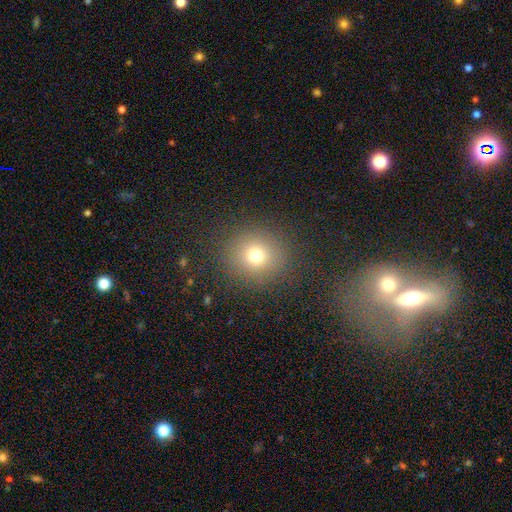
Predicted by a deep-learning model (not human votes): A smooth galaxy with no disk features (72%) that is round (89%). Merging: none (88%).